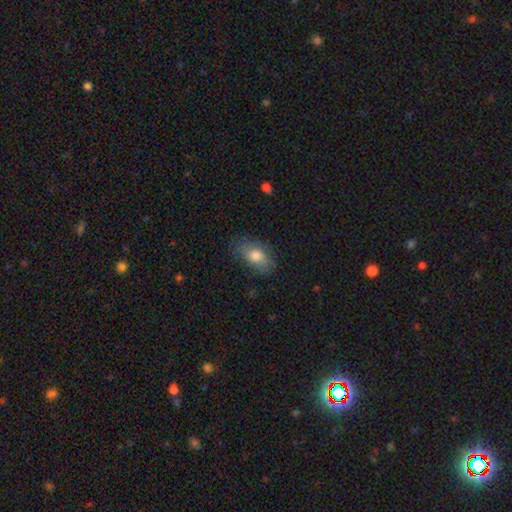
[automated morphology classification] A smooth galaxy with no disk features (74%) that is in between round and cigar-shaped (87%).

Vote fractions:
- Smooth or featured? smooth: 74% / featured or disk: 18% / star or artifact: 8%
- How rounded? in between: 87% / round: 11% / cigar-shaped: 2%
- Merging? none: 70% / minor disturbance: 21% / major disturbance: 7% / merger: 1%